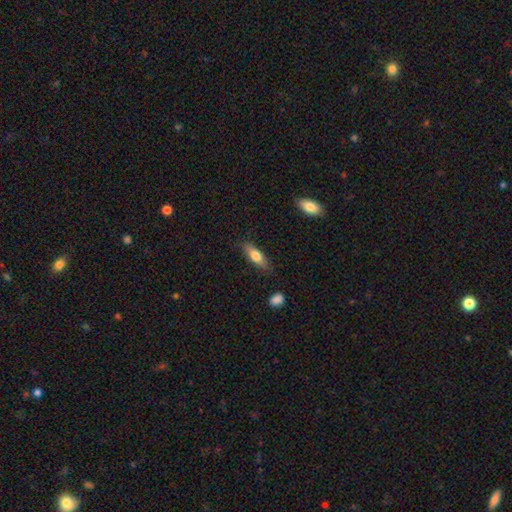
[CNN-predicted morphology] Q: Smooth or featured?
A: smooth (72%); runner-up: featured or disk (22%)
Q: How rounded?
A: in between (59%); runner-up: cigar-shaped (38%)
Q: Merging?
A: none (79%); runner-up: minor disturbance (15%)